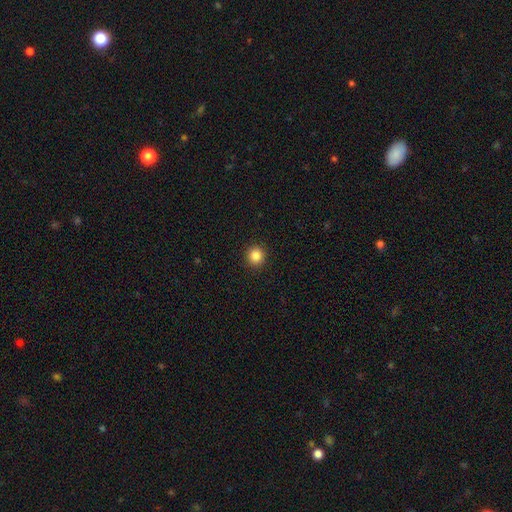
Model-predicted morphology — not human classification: A smooth galaxy with no disk features (86%) that is round (93%).

Vote fractions:
- Smooth or featured? smooth: 86% / star or artifact: 11% / featured or disk: 4%
- How rounded? round: 93% / in between: 6% / cigar-shaped: 1%
- Merging? none: 93% / minor disturbance: 5% / major disturbance: 2% / merger: 1%